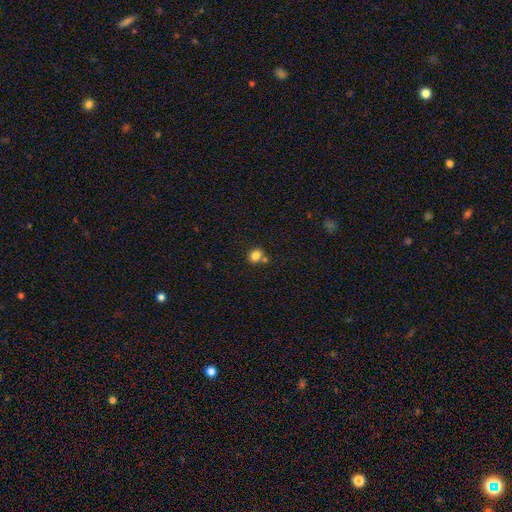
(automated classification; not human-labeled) This appears to be a smooth galaxy with no disk features (82%) that is round (70%). Merging: none (65%).